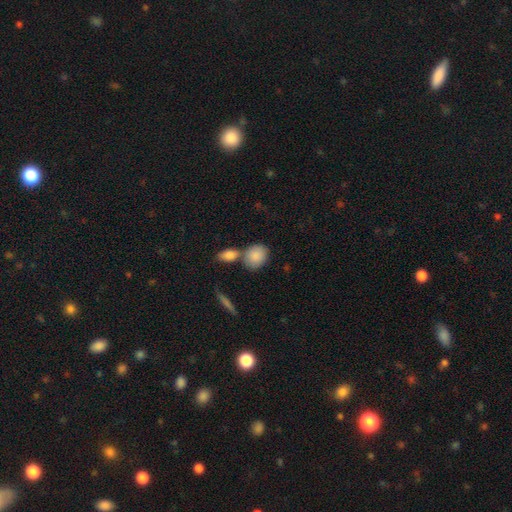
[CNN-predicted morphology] smooth-or-featured: smooth: 86% | featured or disk: 8% | star or artifact: 6%
  how-rounded: in between: 51% | round: 47% | cigar-shaped: 2%
  merging: none: 51% | merger: 33% | minor disturbance: 12% | major disturbance: 4%